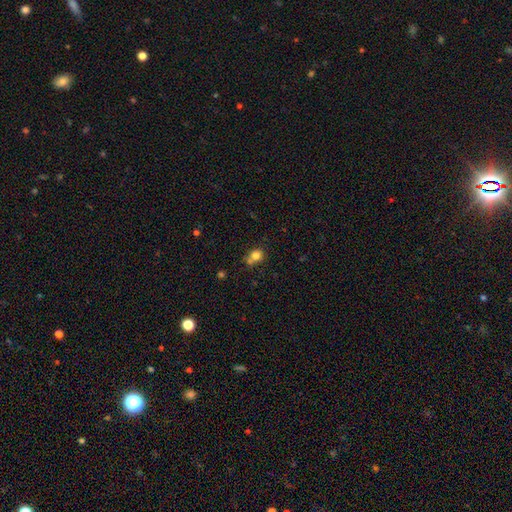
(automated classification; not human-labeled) This appears to be a smooth galaxy with no disk features (78%) that is round (74%). Merging: none (53%).